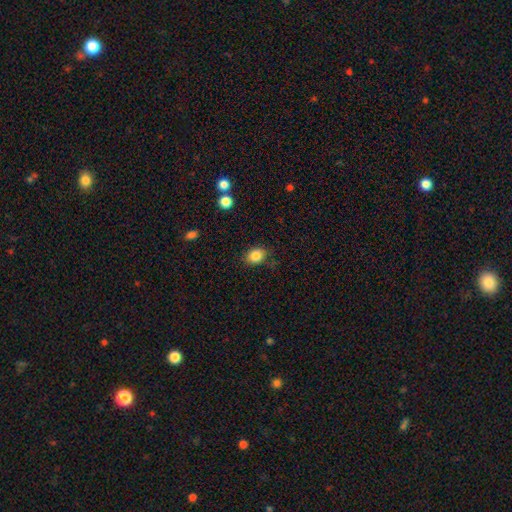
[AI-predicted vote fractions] Smooth or featured? smooth (85%)
How rounded? in between (51%)
Merging? none (80%)